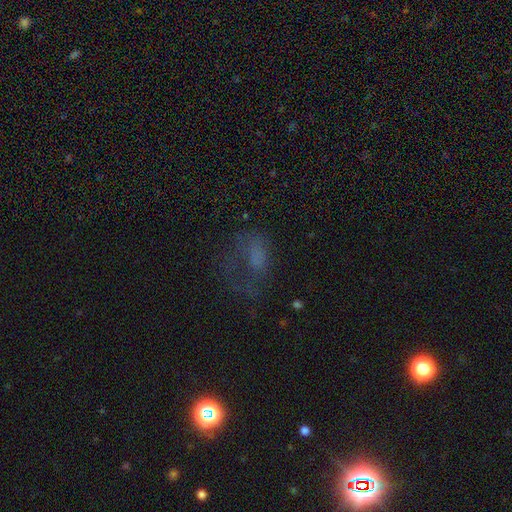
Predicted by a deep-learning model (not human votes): A smooth galaxy with no disk features (45%). Merging: major disturbance (47%).